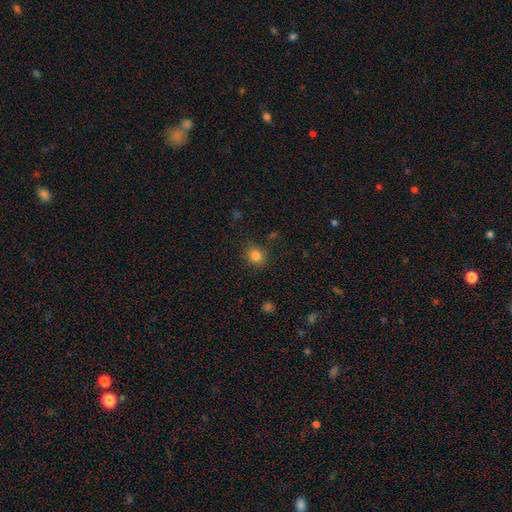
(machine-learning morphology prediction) Q: Smooth or featured?
A: smooth (83%); runner-up: star or artifact (12%)
Q: How rounded?
A: round (71%); runner-up: in between (28%)
Q: Merging?
A: none (84%); runner-up: minor disturbance (11%)